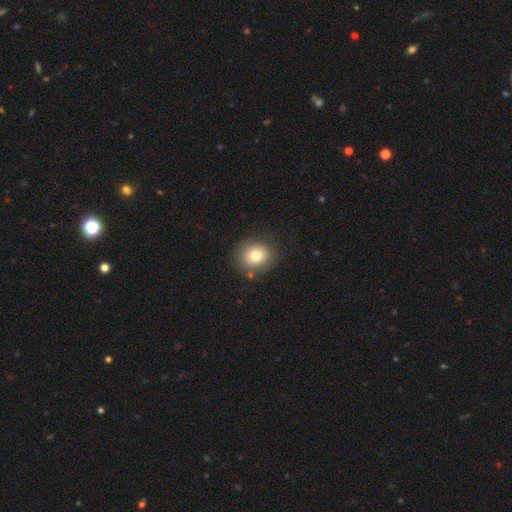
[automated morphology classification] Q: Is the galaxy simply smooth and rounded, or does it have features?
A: smooth — 79%.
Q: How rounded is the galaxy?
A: round — 74%.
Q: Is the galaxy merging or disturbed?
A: none — 83%.